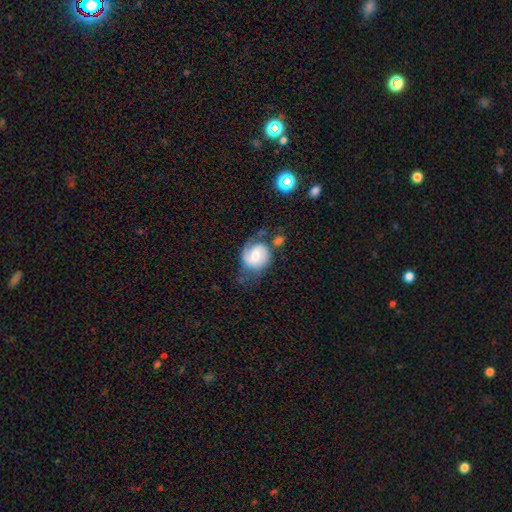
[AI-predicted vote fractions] Morphology: type=featured or disk (69%); edge-on=no (98%); bar=no (46%); spiral arms=yes (92%); winding=medium (43%); arm count=2 (65%); bulge=moderate (60%); merging=none (49%).